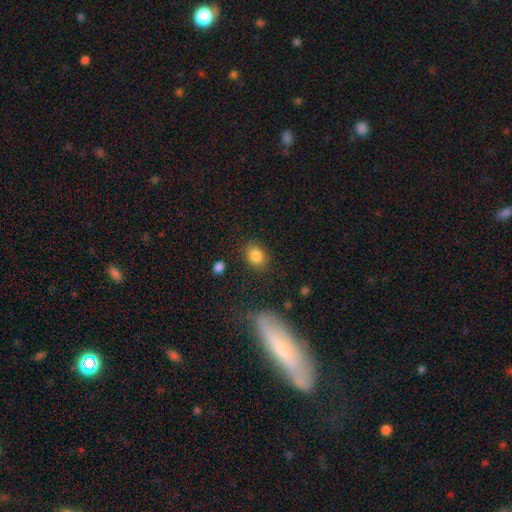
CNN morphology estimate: type=smooth (85%); roundness=in between (58%); merging=none (82%).